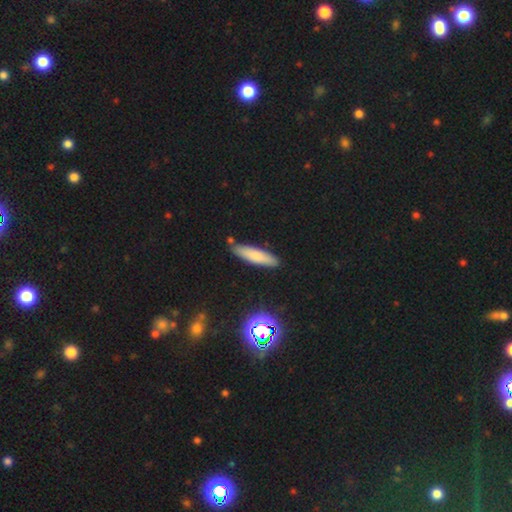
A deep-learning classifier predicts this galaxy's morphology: This appears to be a smooth galaxy with no disk features (75%) that is cigar-shaped (75%). Merging: none (85%).